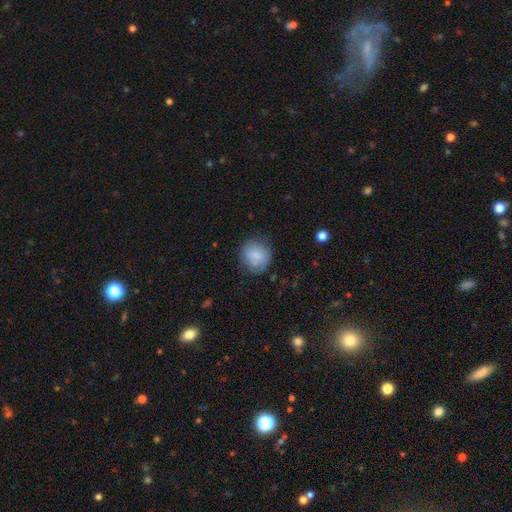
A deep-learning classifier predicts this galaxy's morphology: Smooth or featured? Predicted: smooth (p=0.82). How rounded? Predicted: round (p=0.80). Merging? Predicted: none (p=0.72).